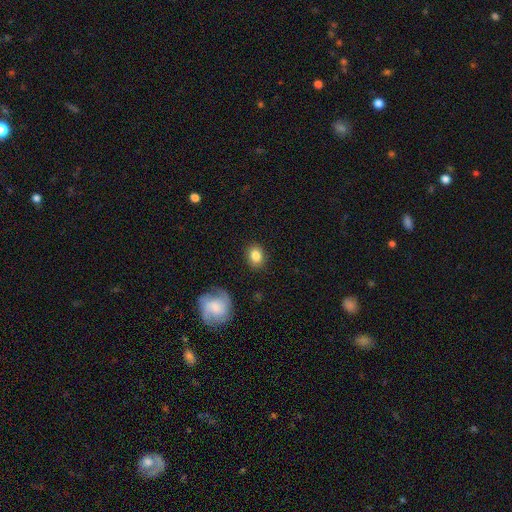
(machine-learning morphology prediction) Smooth or featured?
  - smooth: 84% *
  - featured or disk: 8%
  - star or artifact: 8%
How rounded?
  - round: 51% *
  - in between: 48%
  - cigar-shaped: 1%
Merging?
  - none: 86% *
  - minor disturbance: 10%
  - major disturbance: 3%
  - merger: 2%